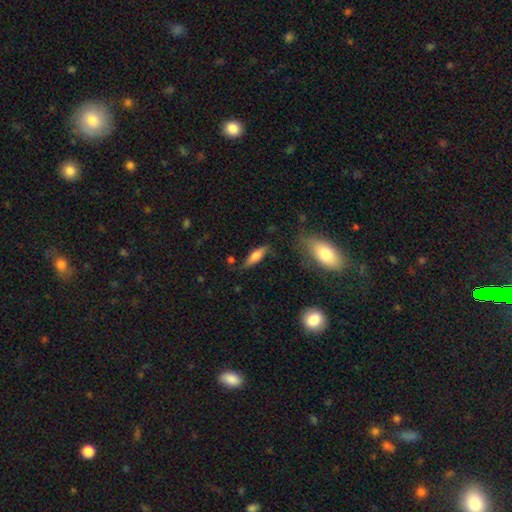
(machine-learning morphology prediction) Q: Smooth or featured?
A: smooth (63%); runner-up: featured or disk (30%)
Q: How rounded?
A: cigar-shaped (55%); runner-up: in between (42%)
Q: Merging?
A: none (74%); runner-up: minor disturbance (18%)